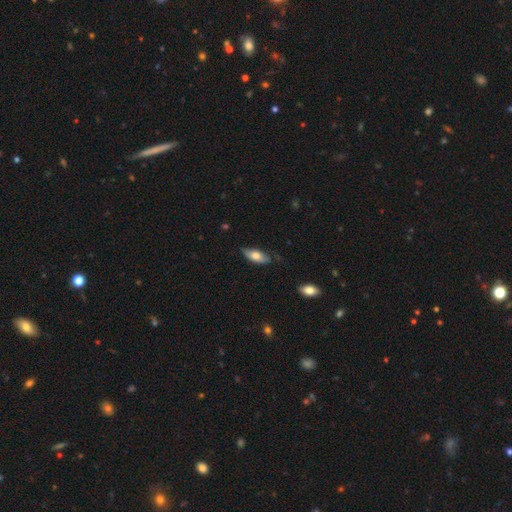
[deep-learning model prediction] Morphology: type=smooth (68%); roundness=in between (81%); merging=none (71%).